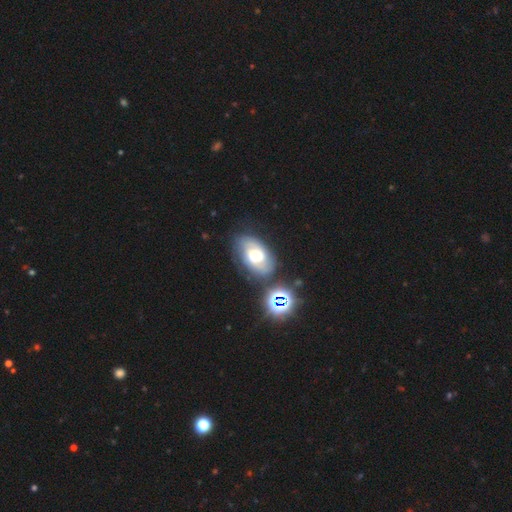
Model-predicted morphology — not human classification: The model was most divided on "bar": no: 45%, weak: 43%, strong: 12%. Remaining: edge-on disk — no (95%); spiral arms — yes (87%); spiral arm count — 2 (70%); merging — none (69%); smooth or featured — featured or disk (65%); bulge size — moderate (60%); spiral winding — medium (44%).